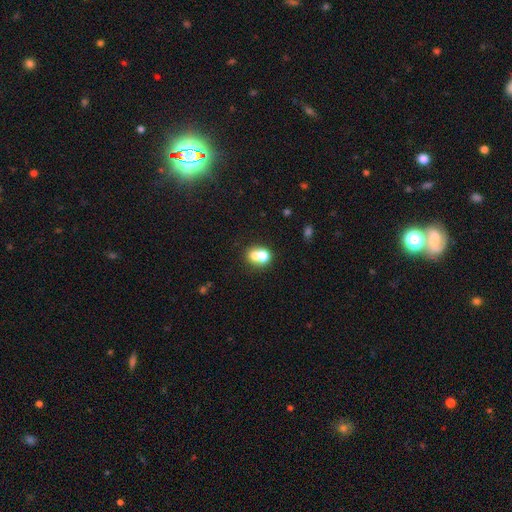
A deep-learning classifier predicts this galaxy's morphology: Smooth or featured: smooth — 68% (featured or disk — 20%)
How rounded: round — 64% (in between — 35%)
Merging: merger — 58% (none — 31%)